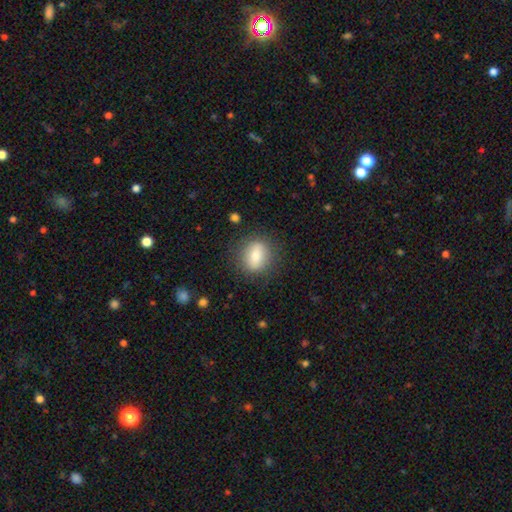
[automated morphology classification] Q: Smooth or featured?
A: smooth (75%); runner-up: featured or disk (17%)
Q: How rounded?
A: round (50%); runner-up: in between (47%)
Q: Merging?
A: none (82%); runner-up: minor disturbance (12%)